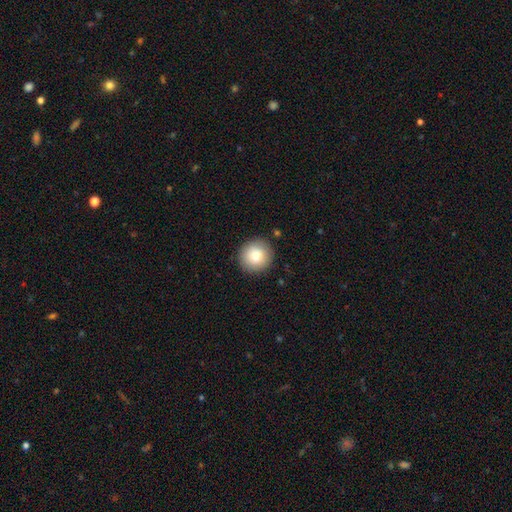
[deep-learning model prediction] This is likely a smooth galaxy (78%). How rounded: clearly round (94%). Merging: clearly none (90%).